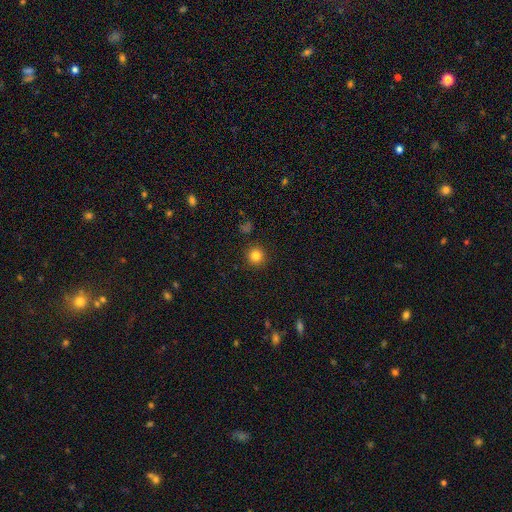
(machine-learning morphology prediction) Overall: smooth (83%). How rounded: round (94%). Merging: none (91%).